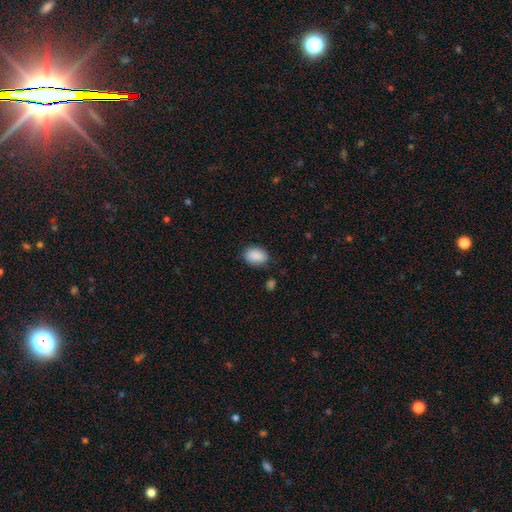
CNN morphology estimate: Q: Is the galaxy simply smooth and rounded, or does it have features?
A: smooth — 89%.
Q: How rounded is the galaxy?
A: in between — 82%.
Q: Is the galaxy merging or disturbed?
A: none — 81%.